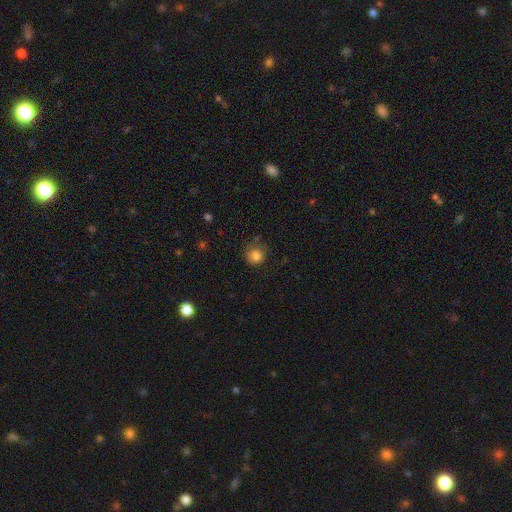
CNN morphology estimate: A smooth galaxy with no disk features (82%) that is round (87%). Merging: none (66%).